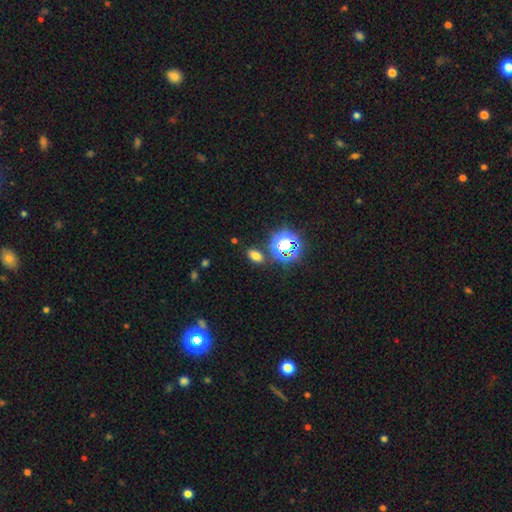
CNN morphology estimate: smooth_or_featured: smooth (p=0.65) [alt: star or artifact p=0.27]
how_rounded: in between (p=0.81) [alt: round p=0.16]
merging: none (p=0.83) [alt: minor disturbance p=0.09]